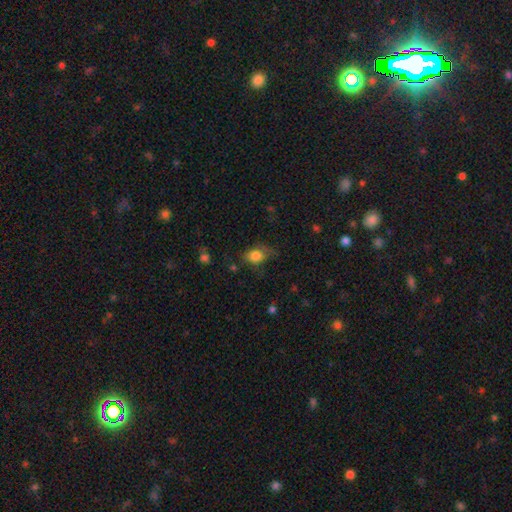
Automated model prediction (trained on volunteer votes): smooth 80%, featured or disk 10%, star or artifact 9%. Down the decision tree: how rounded — in between (67%); merging — none (53%).